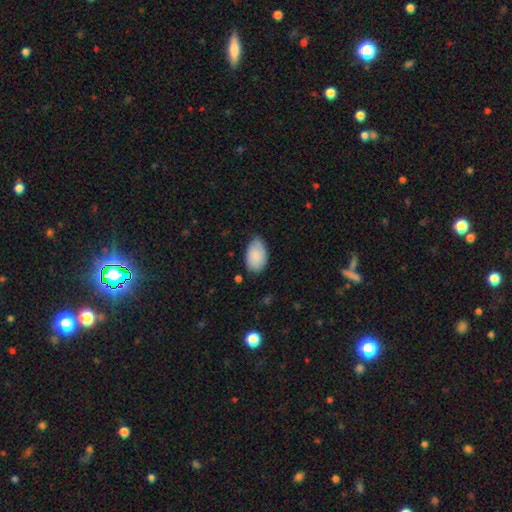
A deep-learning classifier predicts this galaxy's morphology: This is clearly a smooth galaxy (84%). How rounded: clearly in between (93%). Merging: likely none (73%).